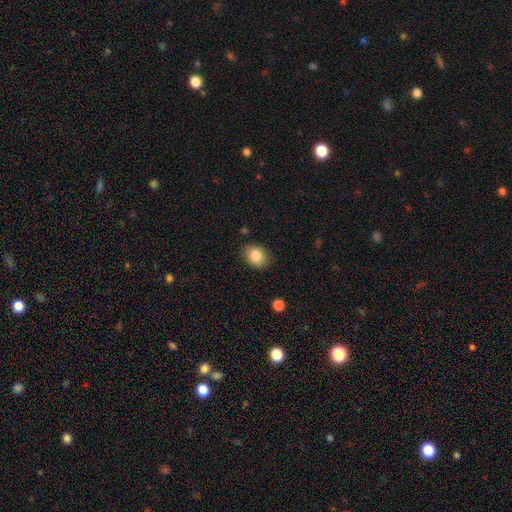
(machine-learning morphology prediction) A smooth galaxy with no disk features (85%) that is in between round and cigar-shaped (53%).

Vote fractions:
- Smooth or featured? smooth: 85% / star or artifact: 9% / featured or disk: 7%
- How rounded? in between: 53% / round: 46% / cigar-shaped: 1%
- Merging? none: 83% / minor disturbance: 12% / major disturbance: 3% / merger: 2%